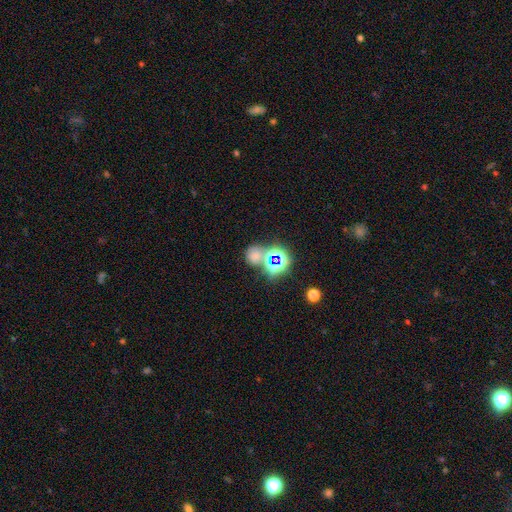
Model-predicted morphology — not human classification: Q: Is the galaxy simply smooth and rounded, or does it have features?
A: smooth — 48%.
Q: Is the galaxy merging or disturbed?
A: none — 53%.